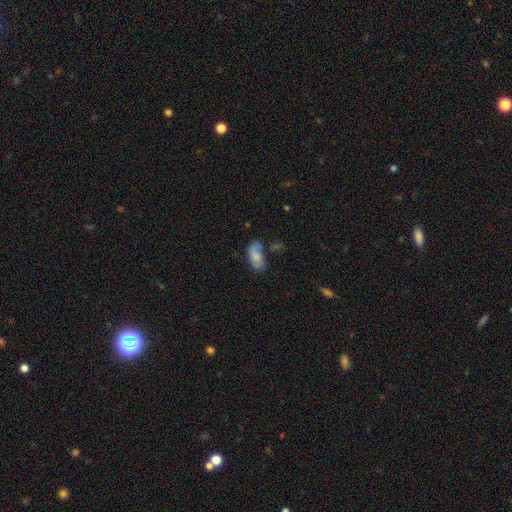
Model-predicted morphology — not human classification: This is likely a smooth galaxy (66%). How rounded: clearly in between (91%). Merging: marginally none (42%).